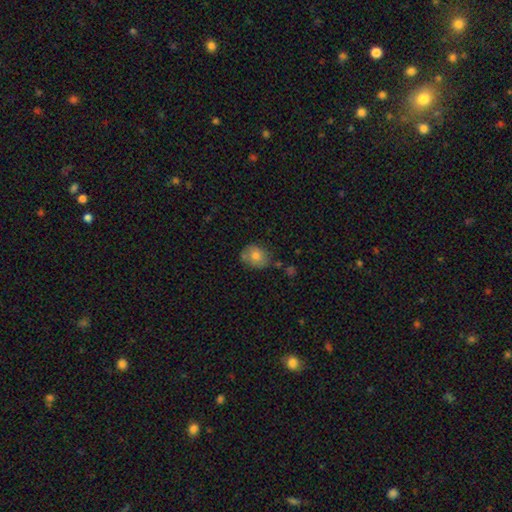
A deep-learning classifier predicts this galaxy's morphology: Q: Smooth or featured?
A: smooth (76%); runner-up: featured or disk (15%)
Q: How rounded?
A: round (59%); runner-up: in between (40%)
Q: Merging?
A: none (65%); runner-up: minor disturbance (22%)